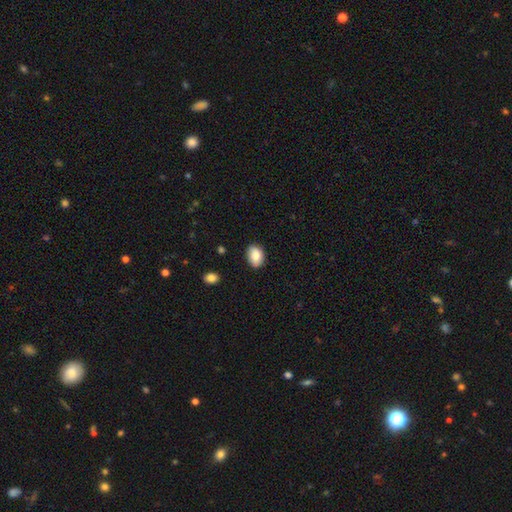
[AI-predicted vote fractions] Smooth or featured?
  - smooth: 84% *
  - featured or disk: 8%
  - star or artifact: 7%
How rounded?
  - in between: 80% *
  - round: 19%
  - cigar-shaped: 1%
Merging?
  - none: 86% *
  - minor disturbance: 10%
  - major disturbance: 2%
  - merger: 1%